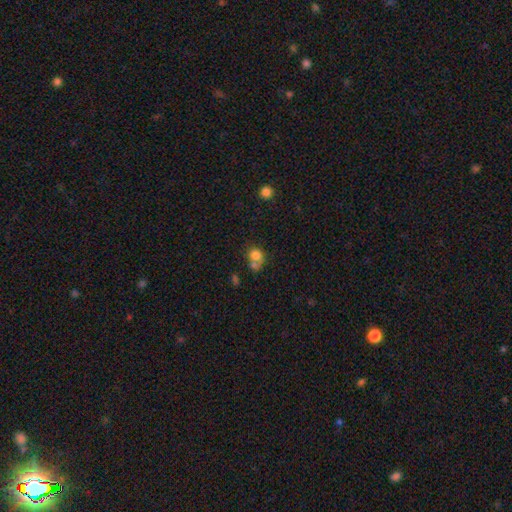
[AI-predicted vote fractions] The model was most divided on "merging" (2-way tie): none: 41%, merger: 41%, minor disturbance: 12%, major disturbance: 7%. More confident: smooth or featured — smooth (77%); how rounded — round (75%).